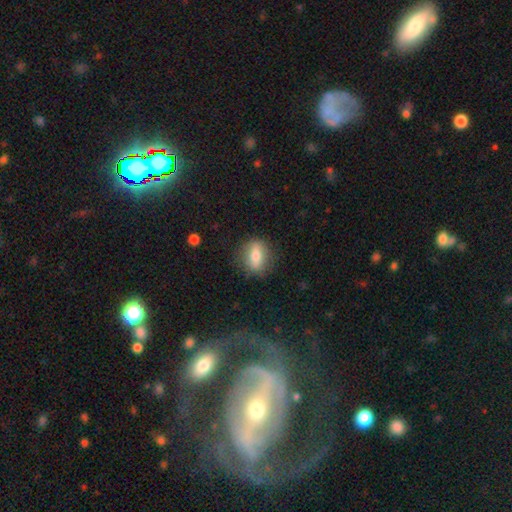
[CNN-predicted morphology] smooth-or-featured: smooth: 63% | featured or disk: 29% | star or artifact: 8%
  how-rounded: in between: 59% | round: 31% | cigar-shaped: 10%
  merging: none: 83% | minor disturbance: 12% | major disturbance: 4% | merger: 1%